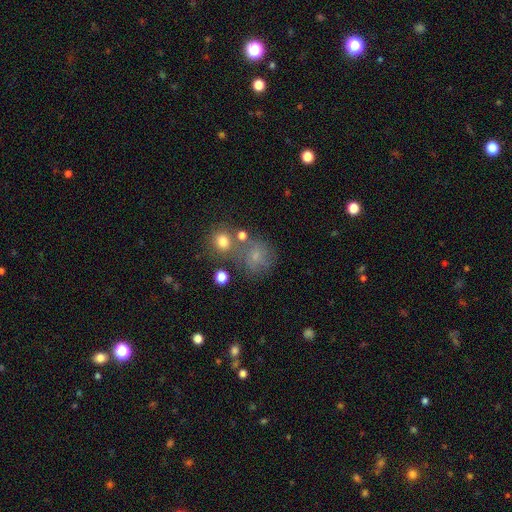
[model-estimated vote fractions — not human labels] Smooth or featured: smooth — 56% (featured or disk — 28%)
How rounded: round — 78% (in between — 21%)
Merging: none — 53% (minor disturbance — 19%)